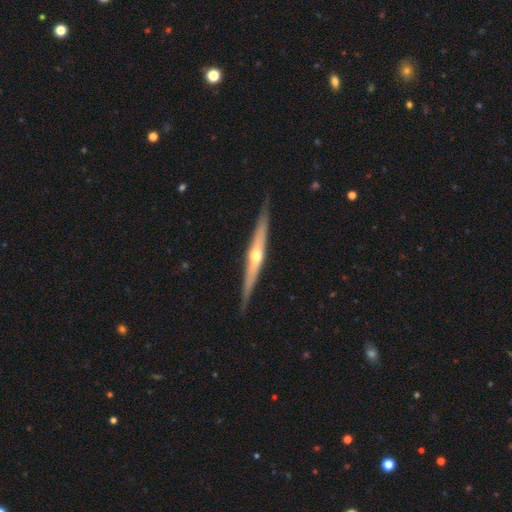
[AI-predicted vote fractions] A featured or disk galaxy (73%) viewed edge-on (97%) with a rounded central bulge (89%).

Vote fractions:
- Smooth or featured? featured or disk: 73% / smooth: 22% / star or artifact: 5%
- Edge-on disk? yes: 97% / no: 3%
- Edge-on bulge? rounded: 89% / none: 7% / boxy: 3%
- Merging? none: 85% / minor disturbance: 11% / major disturbance: 2% / merger: 1%